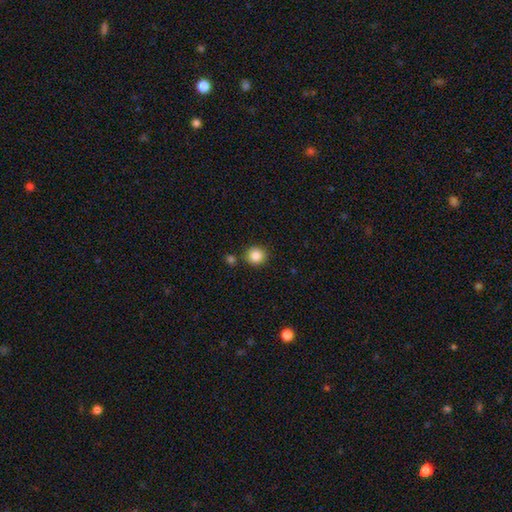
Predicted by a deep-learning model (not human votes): A smooth galaxy with no disk features (86%) that is round (93%).

Vote fractions:
- Smooth or featured? smooth: 86% / star or artifact: 10% / featured or disk: 4%
- How rounded? round: 93% / in between: 6% / cigar-shaped: 1%
- Merging? none: 84% / minor disturbance: 7% / merger: 6% / major disturbance: 2%